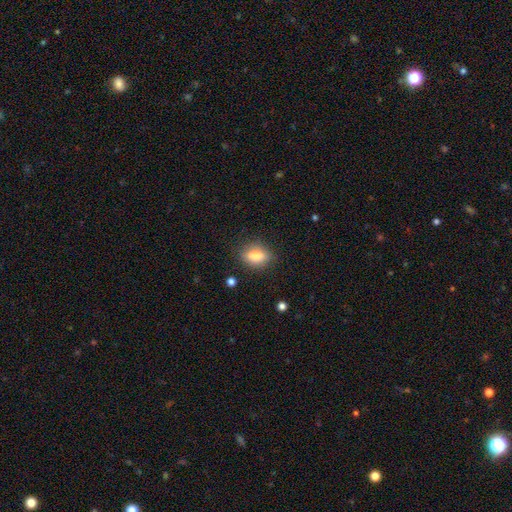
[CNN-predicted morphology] smooth 77%, featured or disk 14%, star or artifact 9%. Down the decision tree: how rounded — in between (72%); merging — none (80%).